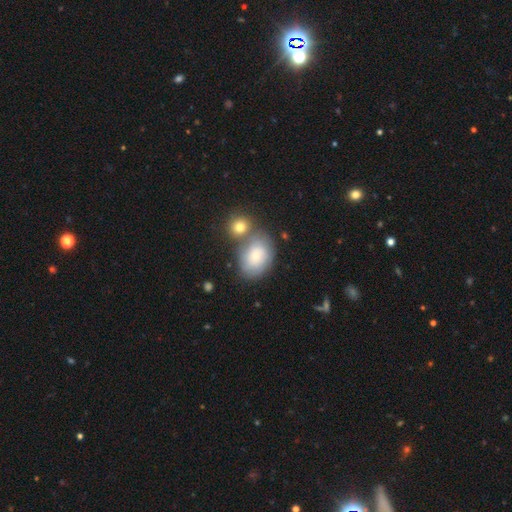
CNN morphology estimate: Overall: smooth (66%). How rounded: in between (71%). Merging: none (49%; merger 27%).